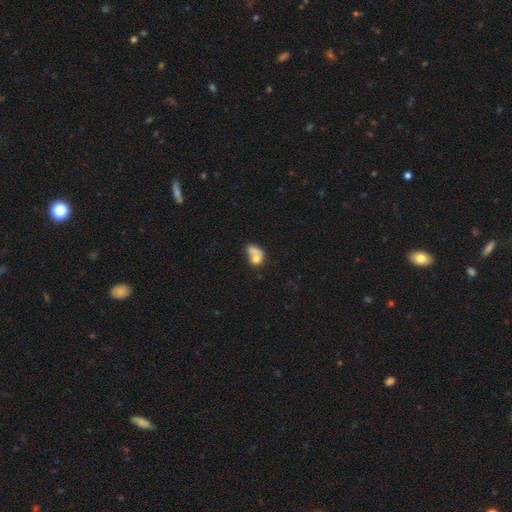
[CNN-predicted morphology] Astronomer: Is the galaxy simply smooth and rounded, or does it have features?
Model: smooth — 66%.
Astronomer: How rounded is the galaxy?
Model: in between — 65%.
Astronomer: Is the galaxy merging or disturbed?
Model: merger — 55%.